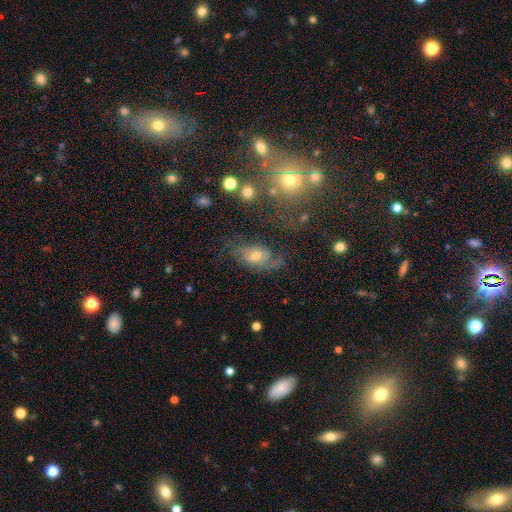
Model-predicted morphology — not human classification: Smooth or featured?
  - featured or disk: 61% *
  - smooth: 27%
  - star or artifact: 12%
Edge-on disk?
  - no: 94% *
  - yes: 6%
Bar?
  - no: 58% *
  - weak: 35%
  - strong: 7%
Spiral arms?
  - yes: 81% *
  - no: 19%
Bulge size?
  - moderate: 57% *
  - small: 35%
  - large: 5%
  - none: 3%
  - dominant: 1%
Merging?
  - none: 53% *
  - minor disturbance: 24%
  - major disturbance: 19%
  - merger: 4%